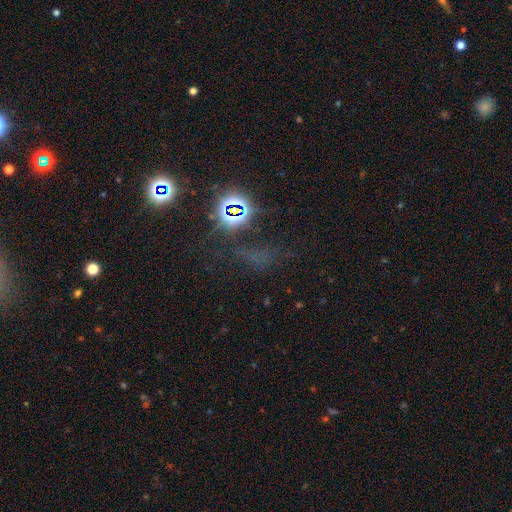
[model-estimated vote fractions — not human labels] Q: Smooth or featured?
A: star or artifact (64%); runner-up: smooth (23%)